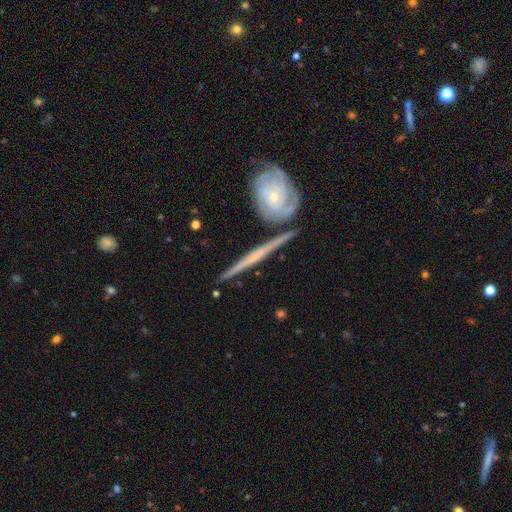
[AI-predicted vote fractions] featured or disk 75%, smooth 18%, star or artifact 6%. Down the decision tree: edge-on disk — yes (90%); edge-on bulge — none (61%); merging — none (77%).